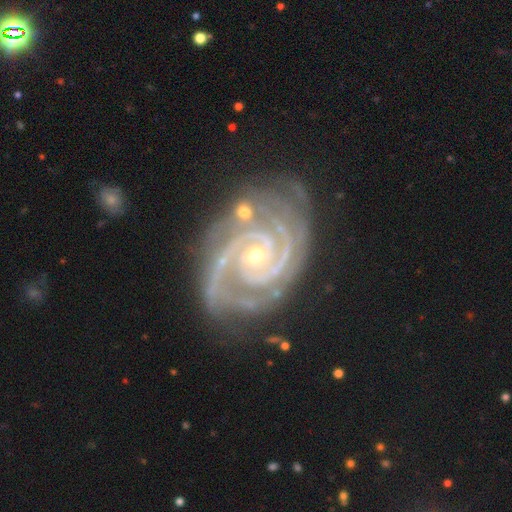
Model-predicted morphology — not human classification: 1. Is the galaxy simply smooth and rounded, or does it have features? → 93% featured or disk, 5% star or artifact, 2% smooth.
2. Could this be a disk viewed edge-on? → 98% no, 2% yes.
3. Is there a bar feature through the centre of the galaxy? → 65% no, 23% weak, 12% strong.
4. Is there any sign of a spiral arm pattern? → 99% yes, 1% no.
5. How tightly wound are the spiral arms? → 75% tight, 23% medium, 2% loose.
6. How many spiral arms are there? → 57% 2, 21% 3, 7% can't tell, 7% 4, 5% more than 4, 4% 1.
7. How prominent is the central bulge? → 71% small, 26% moderate, 1% large, 1% none, 1% dominant.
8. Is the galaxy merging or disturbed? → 70% none, 19% minor disturbance, 7% major disturbance, 3% merger.